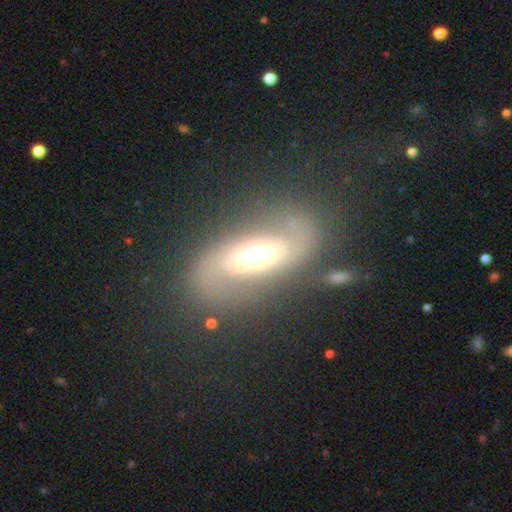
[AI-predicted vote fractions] Morphology: type=featured or disk (63%); edge-on=no (85%); bar=no (53%); spiral arms=yes (58%); bulge=moderate (45%); merging=none (64%).